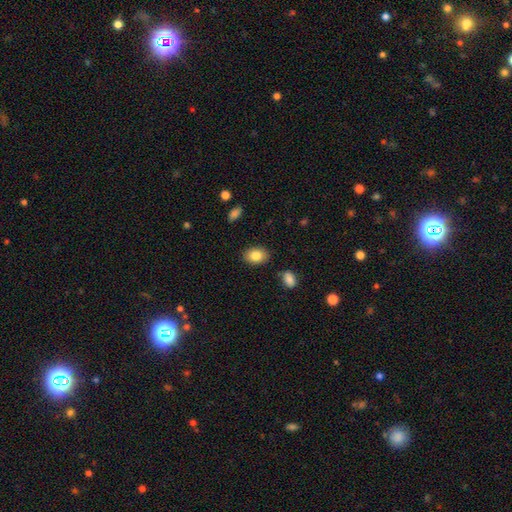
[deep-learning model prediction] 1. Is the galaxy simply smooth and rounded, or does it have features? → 84% smooth, 9% featured or disk, 8% star or artifact.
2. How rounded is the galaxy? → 80% in between, 19% round, 1% cigar-shaped.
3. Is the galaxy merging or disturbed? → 86% none, 10% minor disturbance, 2% major disturbance, 2% merger.